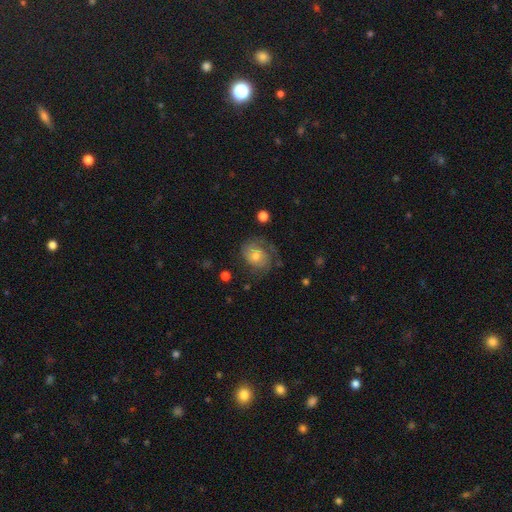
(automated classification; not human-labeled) Smooth or featured?
  - featured or disk: 56% *
  - smooth: 35%
  - star or artifact: 9%
Edge-on disk?
  - no: 97% *
  - yes: 3%
Bar?
  - no: 75% *
  - weak: 22%
  - strong: 3%
Spiral arms?
  - yes: 83% *
  - no: 17%
Bulge size?
  - moderate: 56% *
  - small: 36%
  - large: 5%
  - none: 2%
  - dominant: 1%
Merging?
  - none: 59% *
  - minor disturbance: 23%
  - major disturbance: 17%
  - merger: 2%